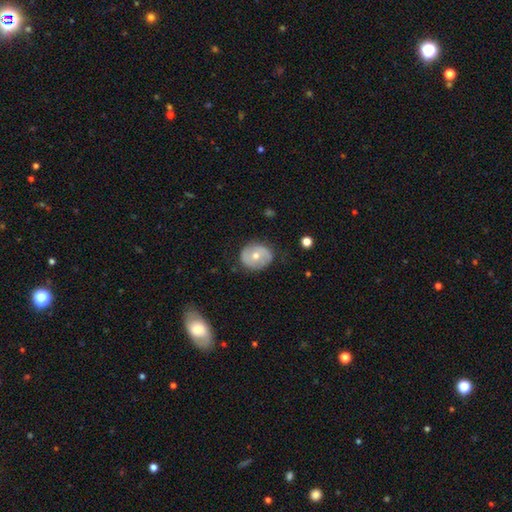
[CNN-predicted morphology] Smooth or featured: smooth — 48% (featured or disk — 45%)
Merging: none — 75% (minor disturbance — 18%)